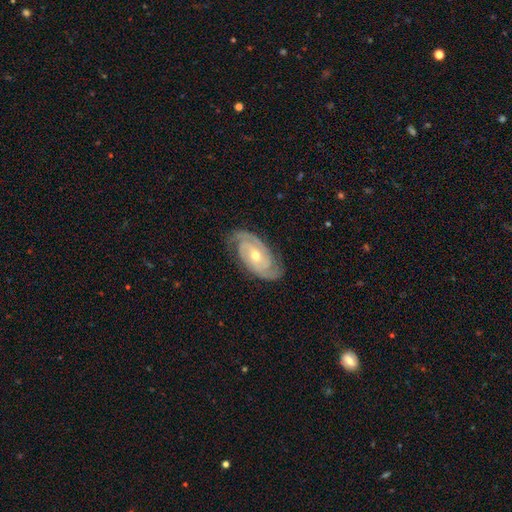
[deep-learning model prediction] This appears to be a featured or disk galaxy (89%) with no bar (58%), 2 (74%) tight (66%) spiral arms (98%) and a moderate central bulge (56%). Merging: none (81%).